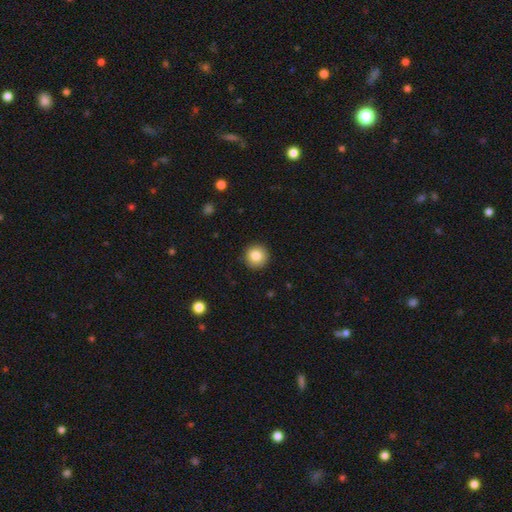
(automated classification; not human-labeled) Q: Smooth or featured?
A: smooth (83%); runner-up: star or artifact (9%)
Q: How rounded?
A: round (95%); runner-up: in between (4%)
Q: Merging?
A: none (92%); runner-up: minor disturbance (6%)